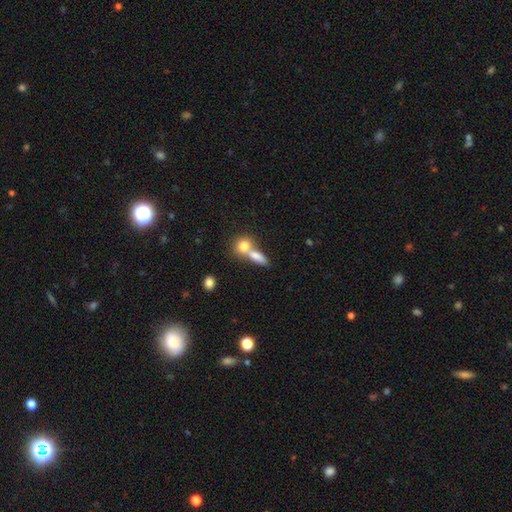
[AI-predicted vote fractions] Smooth or featured?
  - smooth: 78% *
  - featured or disk: 13%
  - star or artifact: 8%
How rounded?
  - in between: 57% *
  - round: 22%
  - cigar-shaped: 21%
Merging?
  - merger: 56% *
  - none: 32%
  - minor disturbance: 7%
  - major disturbance: 4%